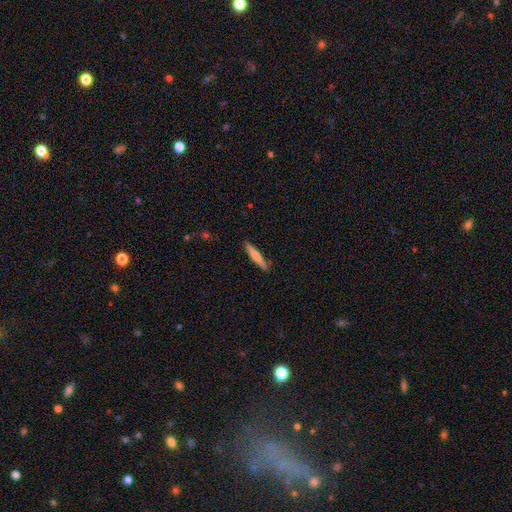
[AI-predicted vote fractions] smooth-or-featured: smooth: 61% | featured or disk: 34% | star or artifact: 6%
  how-rounded: cigar-shaped: 93% | in between: 6% | round: 1%
  merging: none: 89% | minor disturbance: 8% | major disturbance: 2% | merger: 1%